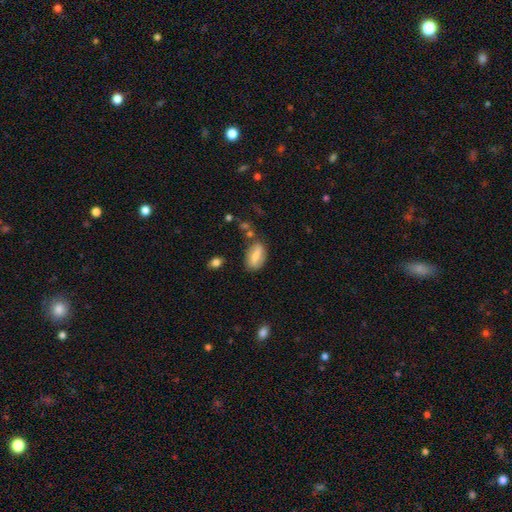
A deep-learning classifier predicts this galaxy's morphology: A smooth galaxy with no disk features (66%) that is in between round and cigar-shaped (85%). Merging: none (70%).